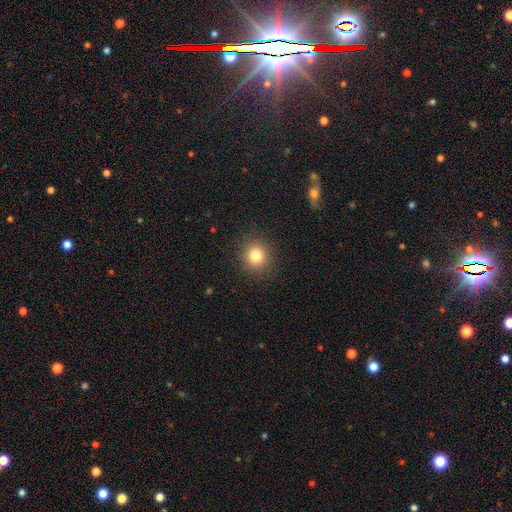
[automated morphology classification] smooth 81%, star or artifact 12%, featured or disk 7%. Down the decision tree: how rounded — round (87%); merging — none (90%).